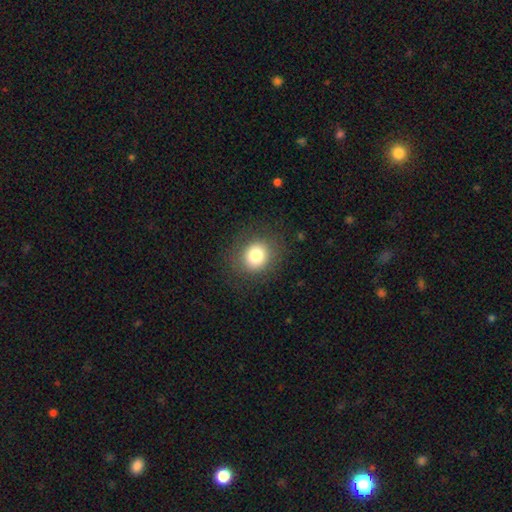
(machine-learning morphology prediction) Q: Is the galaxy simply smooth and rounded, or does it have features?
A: smooth — 79%.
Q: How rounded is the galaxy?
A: round — 79%.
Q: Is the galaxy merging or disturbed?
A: none — 85%.